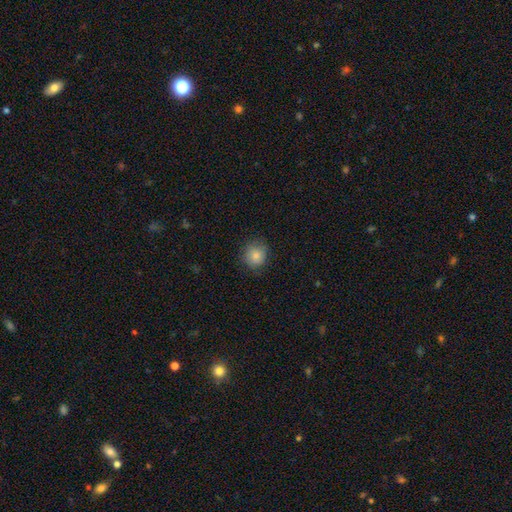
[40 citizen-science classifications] Volunteers were most divided on "merging": none: 81%, minor disturbance: 11%, major disturbance: 8%, merger: 0%. More confident: how rounded — round (91%); smooth or featured — smooth (82%).